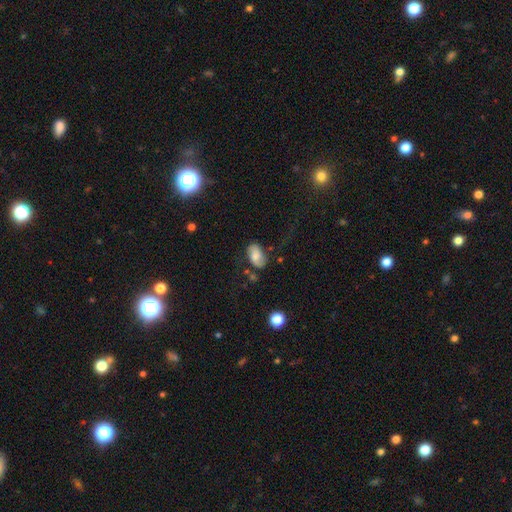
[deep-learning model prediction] Overall: smooth (60%; featured or disk 30%). How rounded: in between (91%). Merging: none (57%; minor disturbance 25%).